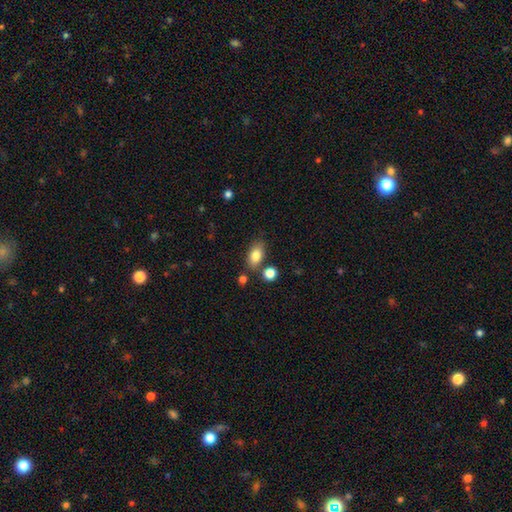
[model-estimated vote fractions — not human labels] Smooth or featured? smooth (83%)
How rounded? in between (88%)
Merging? none (74%)